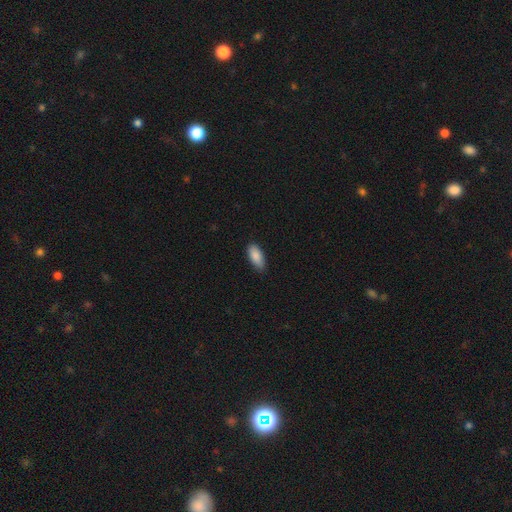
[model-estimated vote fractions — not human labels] Smooth or featured? Predicted: smooth (p=0.88). How rounded? Predicted: in between (p=0.88). Merging? Predicted: none (p=0.83).